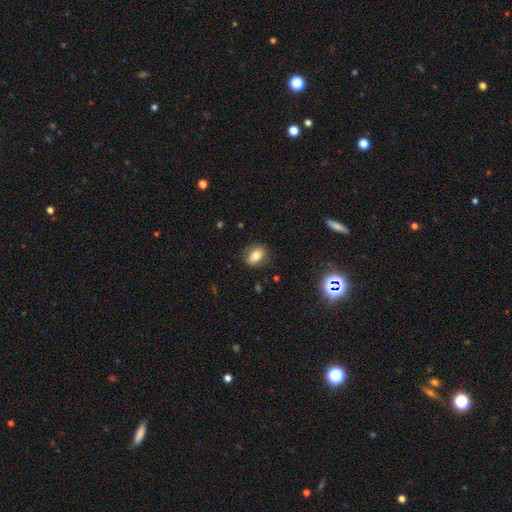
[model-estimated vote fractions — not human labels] Smooth or featured: smooth — 73% (featured or disk — 16%)
How rounded: in between — 69% (round — 29%)
Merging: none — 81% (minor disturbance — 14%)